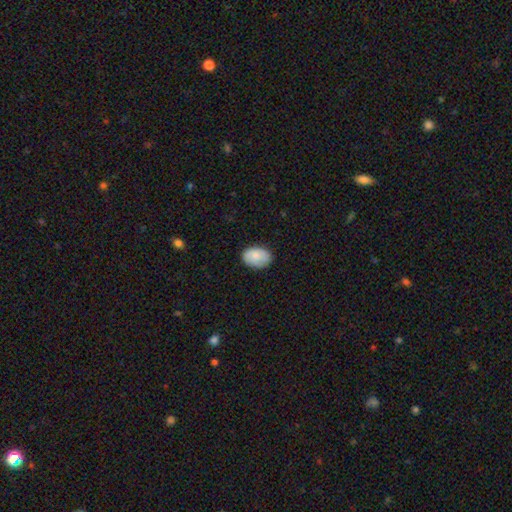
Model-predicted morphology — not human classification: This appears to be a smooth galaxy with no disk features (83%) that is in between round and cigar-shaped (82%). Merging: none (80%).